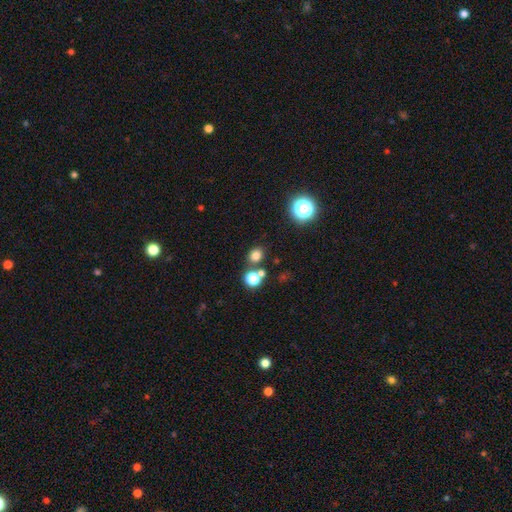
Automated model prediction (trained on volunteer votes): smooth-or-featured: smooth: 75% | star or artifact: 19% | featured or disk: 6%
  how-rounded: round: 72% | in between: 27% | cigar-shaped: 1%
  merging: none: 71% | merger: 18% | minor disturbance: 8% | major disturbance: 3%